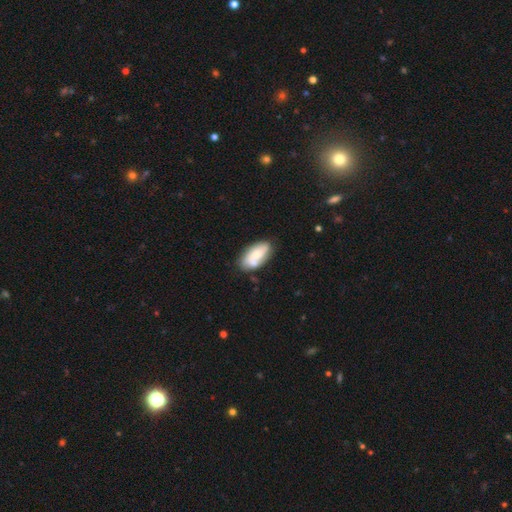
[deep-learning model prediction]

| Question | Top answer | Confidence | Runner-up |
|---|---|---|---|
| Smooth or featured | smooth | 57% | featured or disk (36%) |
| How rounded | in between | 90% | cigar-shaped (7%) |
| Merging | none | 62% | minor disturbance (20%) |